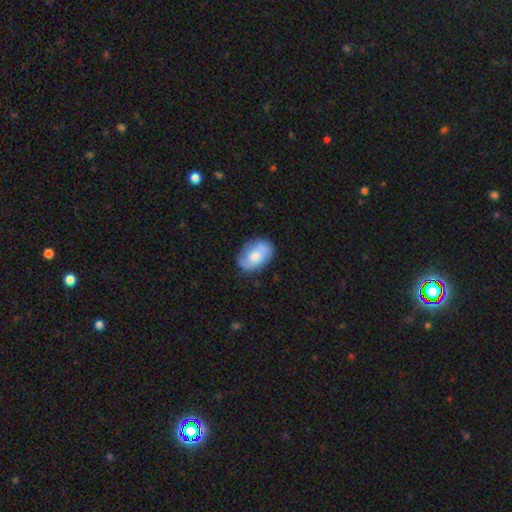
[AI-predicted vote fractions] Q: Smooth or featured?
A: smooth (47%); runner-up: featured or disk (46%)
Q: Merging?
A: none (72%); runner-up: minor disturbance (19%)